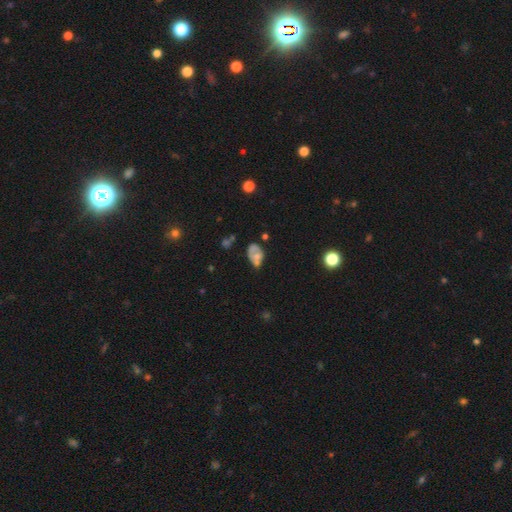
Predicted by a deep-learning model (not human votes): smooth-or-featured: smooth: 47% | featured or disk: 42% | star or artifact: 11%
  merging: none: 30% | minor disturbance: 26% | merger: 24% | major disturbance: 20%